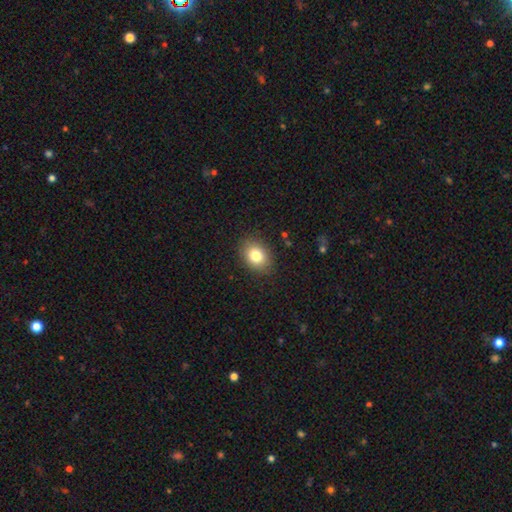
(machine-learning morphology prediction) Smooth or featured? smooth (81%)
How rounded? in between (62%)
Merging? none (87%)